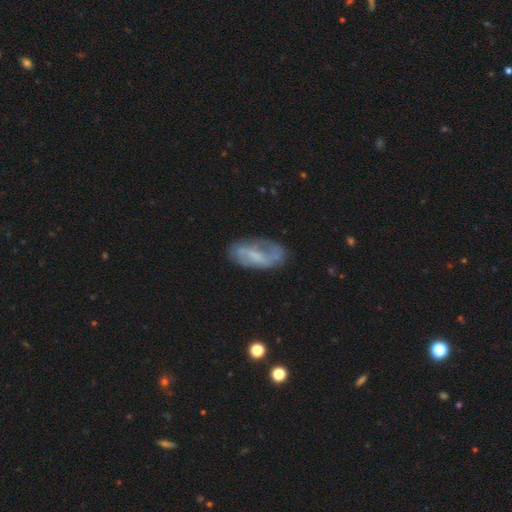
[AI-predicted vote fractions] smooth_or_featured: featured or disk (p=0.58) [alt: smooth p=0.33]
disk_edge_on: no (p=0.92) [alt: yes p=0.08]
bar: weak (p=0.44) [alt: no p=0.35]
has_spiral_arms: yes (p=0.68) [alt: no p=0.32]
bulge_size: small (p=0.37) [alt: none p=0.35]
merging: none (p=0.61) [alt: minor disturbance p=0.23]